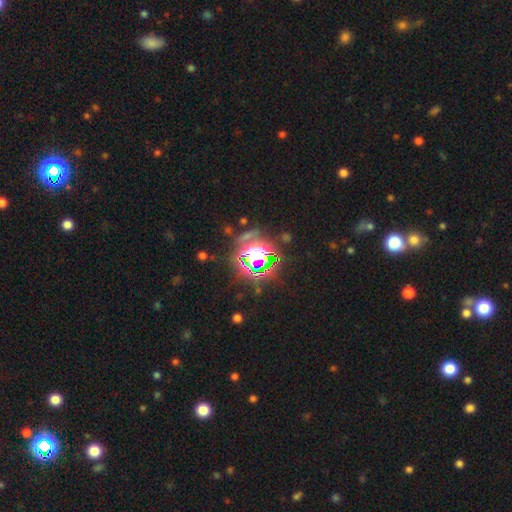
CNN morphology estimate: A star or artifact, not a galaxy (77%).